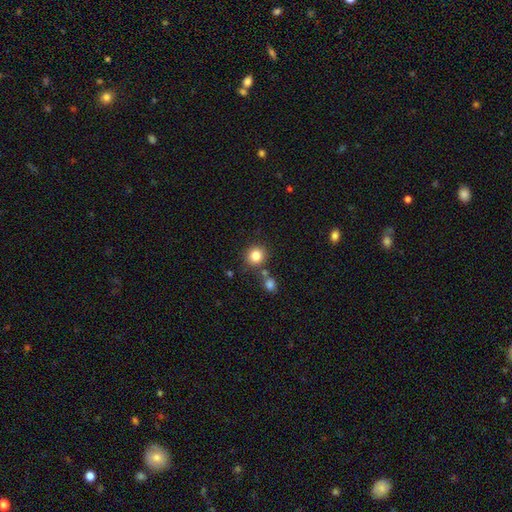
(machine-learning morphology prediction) Smooth or featured: smooth — 84% (star or artifact — 10%)
How rounded: round — 86% (in between — 13%)
Merging: none — 77% (merger — 10%)